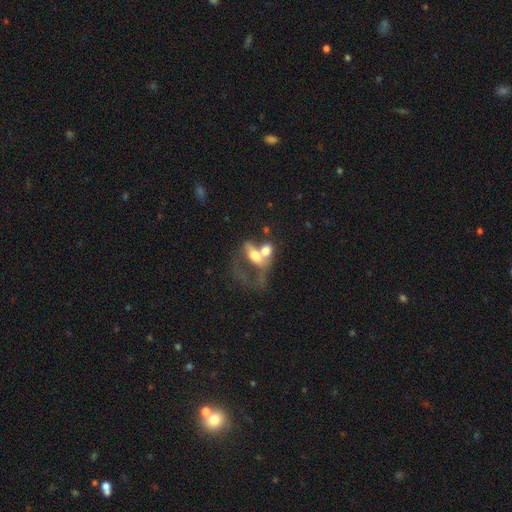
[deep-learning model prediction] Smooth or featured? Predicted: smooth (p=0.50). Merging? Predicted: merger (p=0.63).